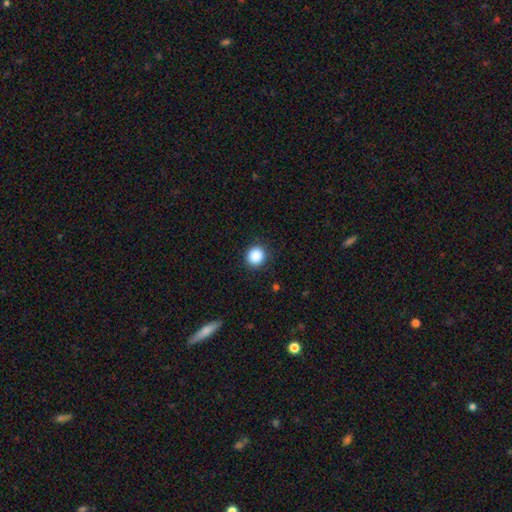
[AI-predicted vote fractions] A smooth galaxy with no disk features (88%) that is round (88%).

Vote fractions:
- Smooth or featured? smooth: 88% / star or artifact: 9% / featured or disk: 2%
- How rounded? round: 88% / in between: 11% / cigar-shaped: 1%
- Merging? none: 89% / minor disturbance: 8% / major disturbance: 3% / merger: 1%